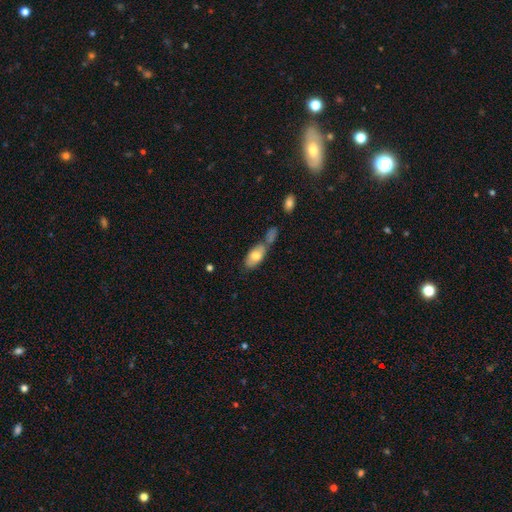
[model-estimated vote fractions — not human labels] A smooth galaxy with no disk features (74%) that is in between round and cigar-shaped (87%). Merging: none (44%).